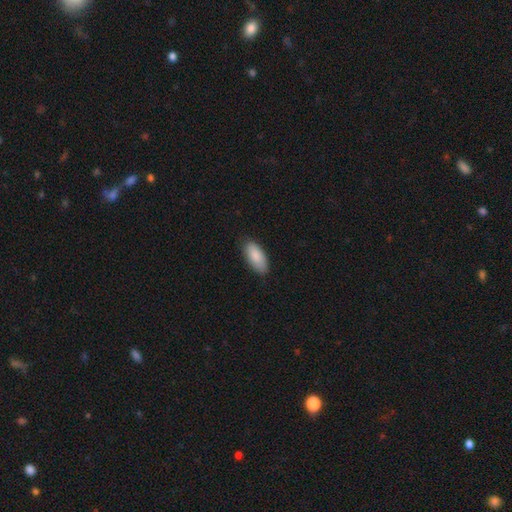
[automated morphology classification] The model was most divided on "merging": none: 85%, minor disturbance: 12%, major disturbance: 2%, merger: 1%. More confident: how rounded — in between (90%); smooth or featured — smooth (88%).